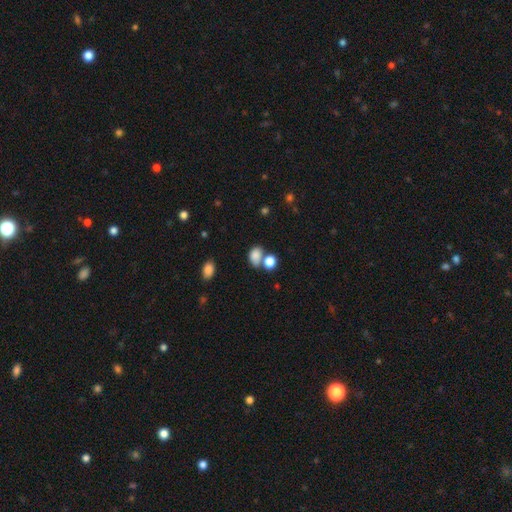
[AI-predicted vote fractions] Smooth or featured? Predicted: smooth (p=0.82). How rounded? Predicted: in between (p=0.69). Merging? Predicted: none (p=0.41).